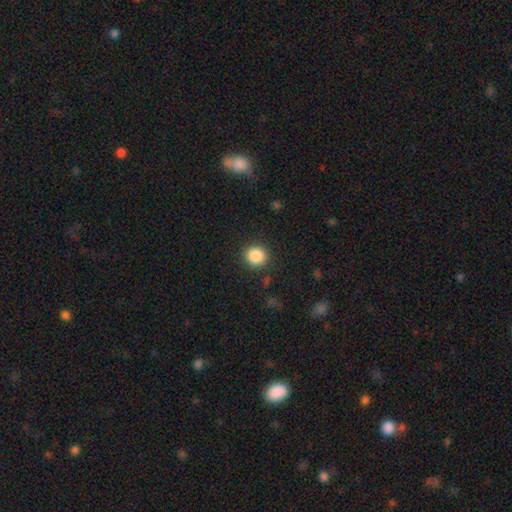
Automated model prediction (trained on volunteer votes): Smooth or featured?
  - smooth: 86% *
  - star or artifact: 10%
  - featured or disk: 4%
How rounded?
  - round: 89% *
  - in between: 10%
  - cigar-shaped: 1%
Merging?
  - none: 89% *
  - minor disturbance: 7%
  - major disturbance: 3%
  - merger: 1%